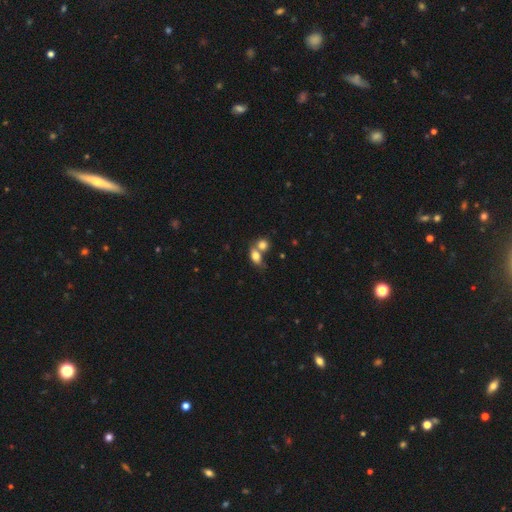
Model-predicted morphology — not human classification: This is likely a smooth galaxy (78%). How rounded: likely in between (70%). Merging: possibly merger (55%).